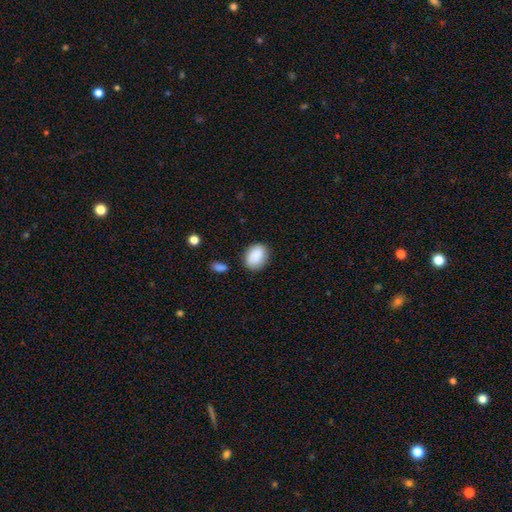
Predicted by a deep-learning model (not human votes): This is clearly a smooth galaxy (89%). How rounded: likely in between (71%). Merging: likely none (80%).